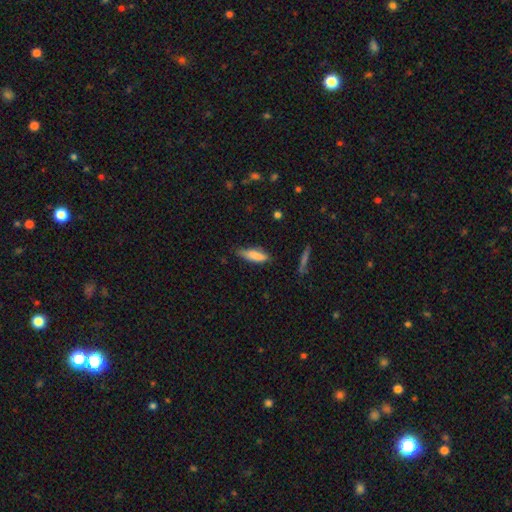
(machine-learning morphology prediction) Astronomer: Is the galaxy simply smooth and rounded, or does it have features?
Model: smooth — 81%.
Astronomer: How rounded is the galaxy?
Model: cigar-shaped — 57% (runner-up: in between, 42%).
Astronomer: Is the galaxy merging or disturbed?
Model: none — 66%.